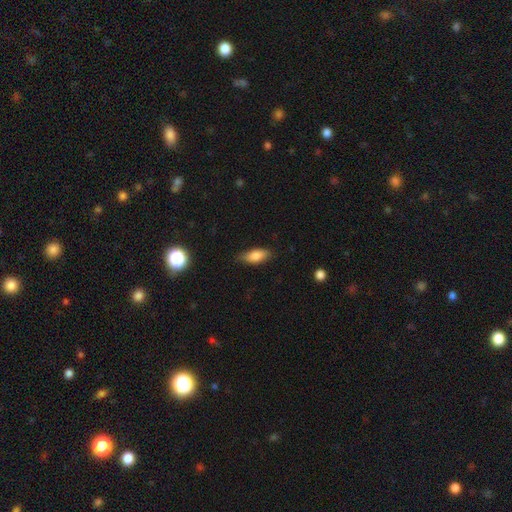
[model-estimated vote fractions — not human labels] The model was most divided on "how rounded": in between: 80%, cigar-shaped: 17%, round: 3%. More confident: merging — none (80%); smooth or featured — smooth (79%).